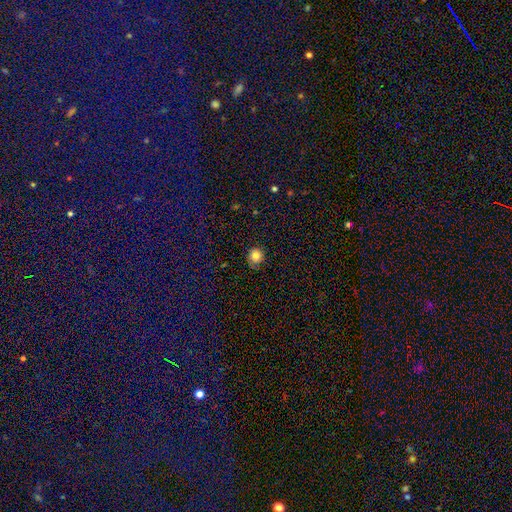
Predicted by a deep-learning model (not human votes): Smooth or featured?
  - smooth: 81% *
  - star or artifact: 11%
  - featured or disk: 8%
How rounded?
  - round: 84% *
  - in between: 15%
  - cigar-shaped: 1%
Merging?
  - none: 79% *
  - minor disturbance: 16%
  - major disturbance: 4%
  - merger: 1%